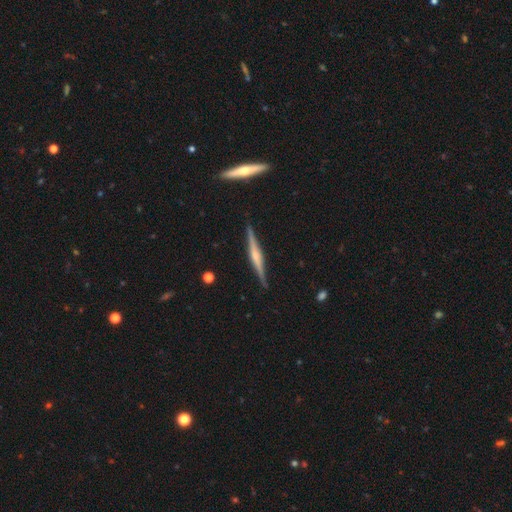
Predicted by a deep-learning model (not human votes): featured or disk 78%, smooth 17%, star or artifact 5%. Down the decision tree: edge-on disk — yes (98%); edge-on bulge — rounded (69%); merging — none (90%).